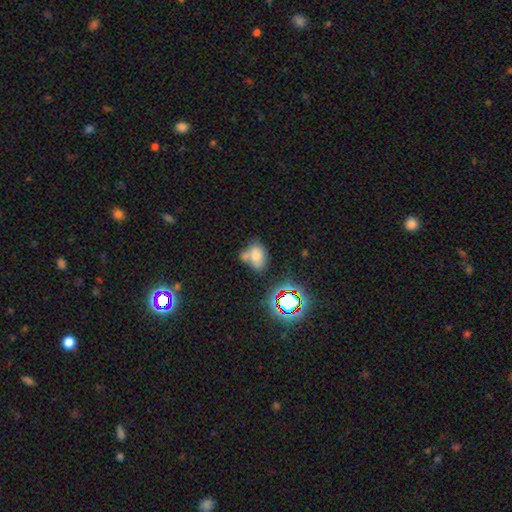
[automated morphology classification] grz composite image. It shows a smooth galaxy with no disk features (60%) that is in between round and cigar-shaped (71%). Merging: none (46%).